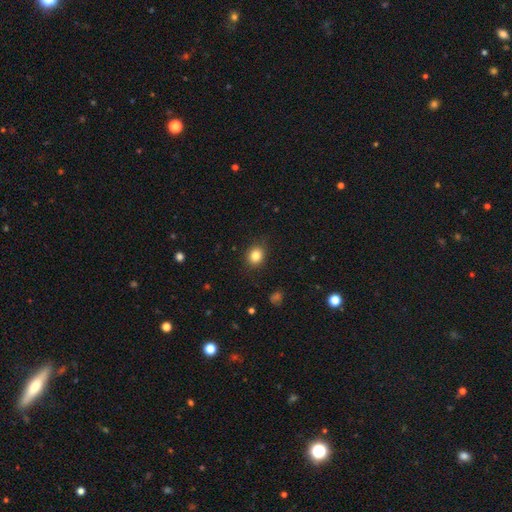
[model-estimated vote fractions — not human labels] This is clearly a smooth galaxy (84%). How rounded: likely round (67%). Merging: clearly none (86%).